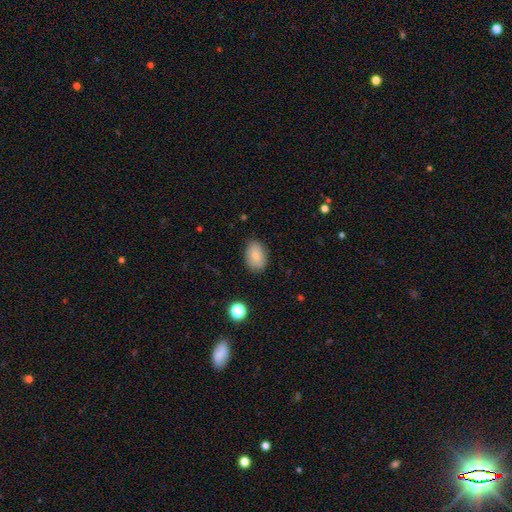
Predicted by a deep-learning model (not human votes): Q: Smooth or featured?
A: smooth (77%); runner-up: featured or disk (15%)
Q: How rounded?
A: in between (84%); runner-up: round (15%)
Q: Merging?
A: none (84%); runner-up: minor disturbance (12%)